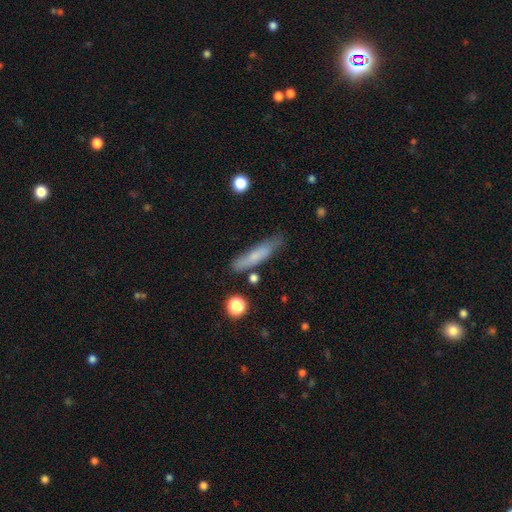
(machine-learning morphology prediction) The model was most divided on "smooth or featured": smooth: 68%, featured or disk: 24%, star or artifact: 8%. More confident: how rounded — cigar-shaped (82%); merging — none (72%).